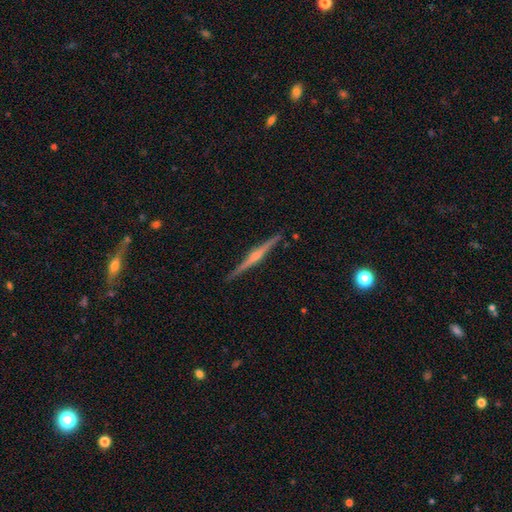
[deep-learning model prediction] The model was most divided on "smooth or featured": featured or disk: 84%, smooth: 11%, star or artifact: 5%. More confident: edge-on disk — yes (98%); merging — none (91%); edge-on bulge — rounded (83%).